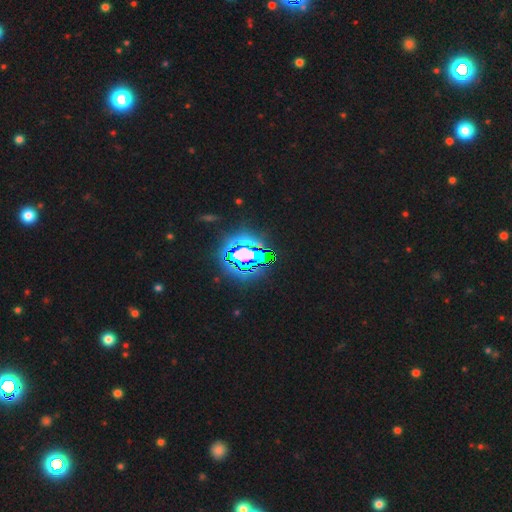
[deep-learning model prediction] smooth-or-featured: star or artifact: 74% | featured or disk: 13% | smooth: 12%